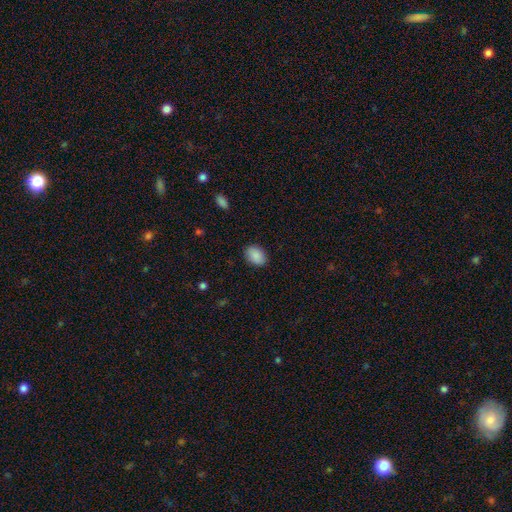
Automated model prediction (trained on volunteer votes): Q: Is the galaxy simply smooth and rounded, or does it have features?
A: smooth — 89%.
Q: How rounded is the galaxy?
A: in between — 77%.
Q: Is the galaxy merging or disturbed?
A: none — 87%.